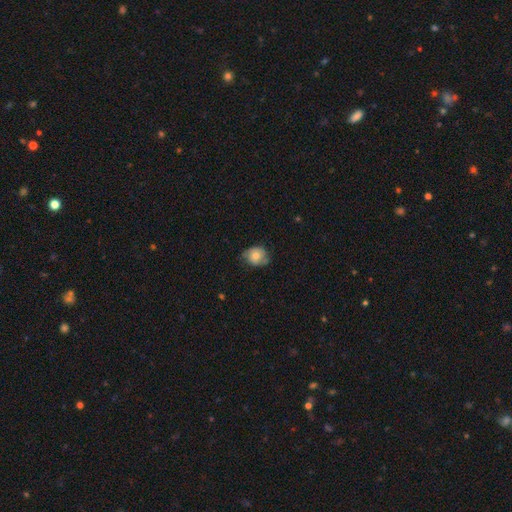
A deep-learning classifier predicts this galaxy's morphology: Smooth or featured? smooth (67%)
How rounded? round (68%)
Merging? none (58%)